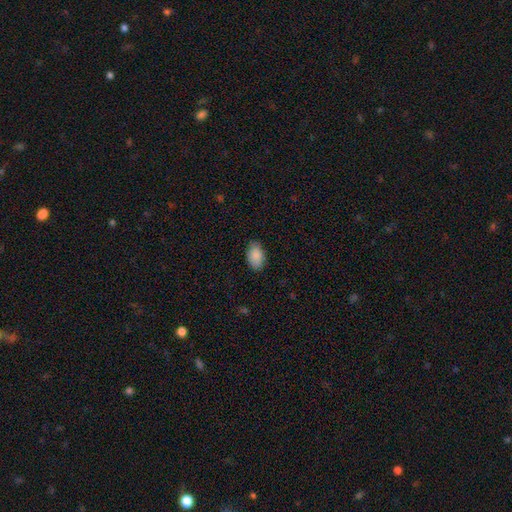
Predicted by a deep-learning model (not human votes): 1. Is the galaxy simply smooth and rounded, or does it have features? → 89% smooth, 6% star or artifact, 4% featured or disk.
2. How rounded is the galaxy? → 93% in between, 6% round, 1% cigar-shaped.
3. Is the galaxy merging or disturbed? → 85% none, 11% minor disturbance, 2% major disturbance, 1% merger.